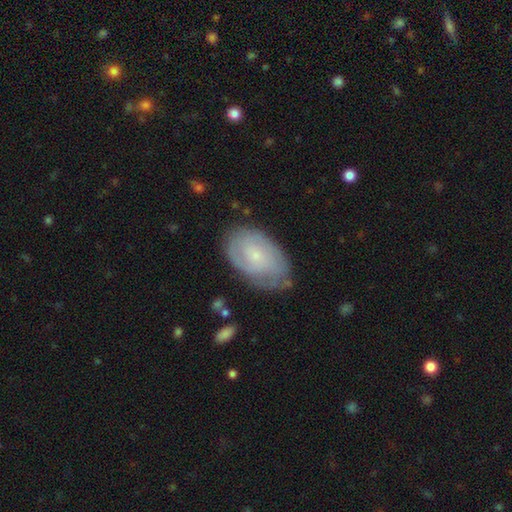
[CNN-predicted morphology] featured or disk 60%, smooth 34%, star or artifact 7%. Down the decision tree: edge-on disk — no (96%); bar — no (72%); spiral arms — yes (82%); bulge size — small (74%); merging — none (69%).